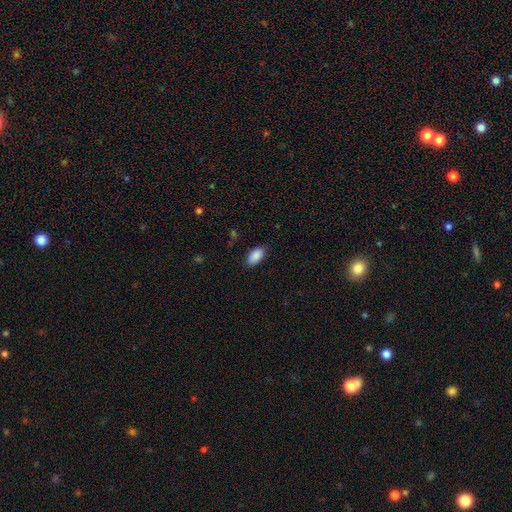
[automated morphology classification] A smooth galaxy with no disk features (89%) that is in between round and cigar-shaped (93%).

Vote fractions:
- Smooth or featured? smooth: 89% / star or artifact: 7% / featured or disk: 4%
- How rounded? in between: 93% / cigar-shaped: 4% / round: 3%
- Merging? none: 84% / minor disturbance: 12% / major disturbance: 3% / merger: 1%